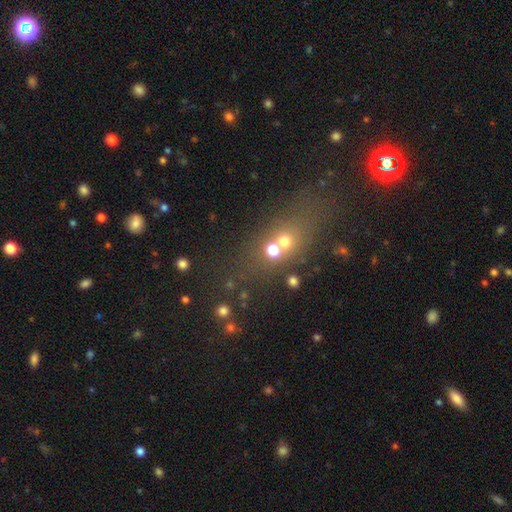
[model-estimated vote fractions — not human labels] Smooth or featured: smooth — 43% (star or artifact — 37%)
Merging: none — 52% (merger — 32%)